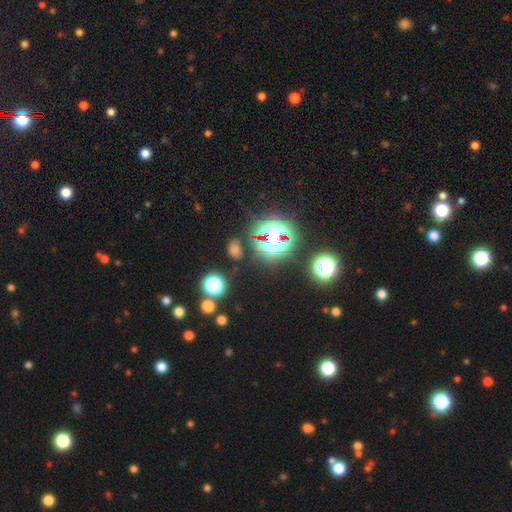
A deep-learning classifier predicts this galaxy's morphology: Smooth or featured? star or artifact (81%)